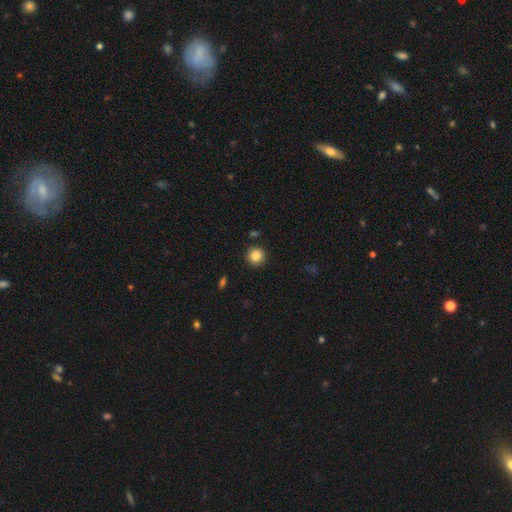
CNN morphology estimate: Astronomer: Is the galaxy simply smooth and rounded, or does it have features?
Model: smooth — 84%.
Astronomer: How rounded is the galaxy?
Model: round — 94%.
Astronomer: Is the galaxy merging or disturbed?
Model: none — 91%.